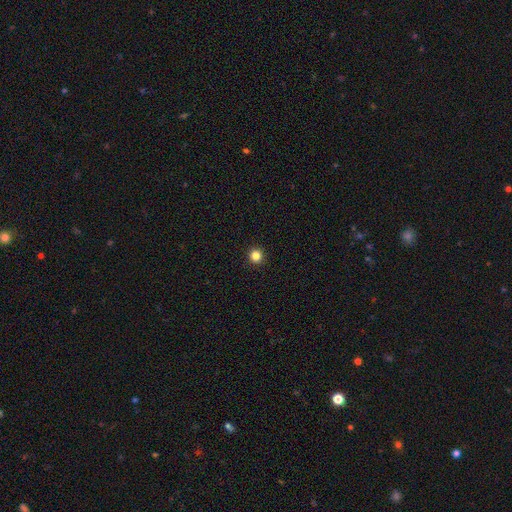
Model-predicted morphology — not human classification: This appears to be a smooth galaxy with no disk features (84%) that is round (96%). Merging: none (94%).